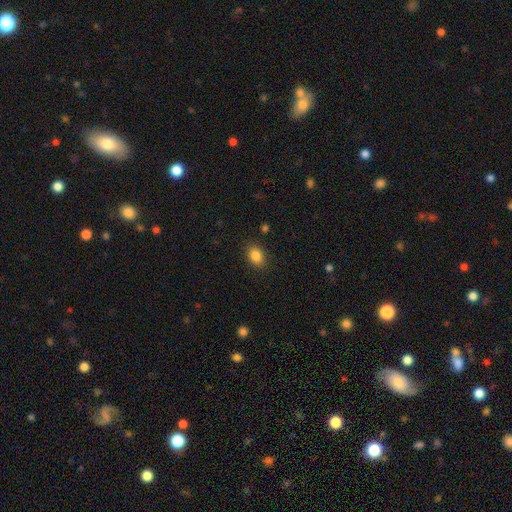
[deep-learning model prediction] smooth_or_featured: smooth (p=0.86) [alt: star or artifact p=0.10]
how_rounded: in between (p=0.67) [alt: round p=0.32]
merging: none (p=0.87) [alt: minor disturbance p=0.09]